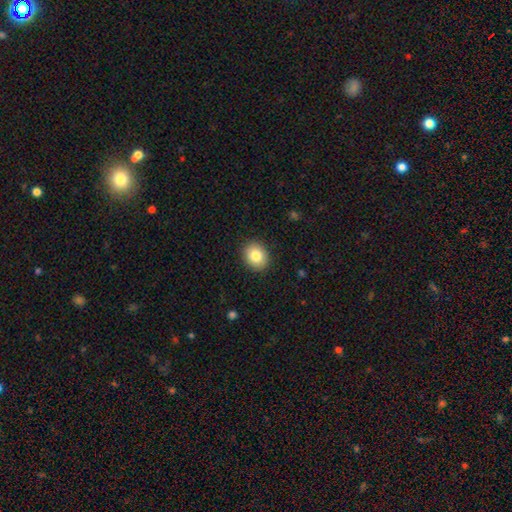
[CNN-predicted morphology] smooth_or_featured: smooth (p=0.82) [alt: featured or disk p=0.09]
how_rounded: round (p=0.66) [alt: in between p=0.33]
merging: none (p=0.90) [alt: minor disturbance p=0.07]